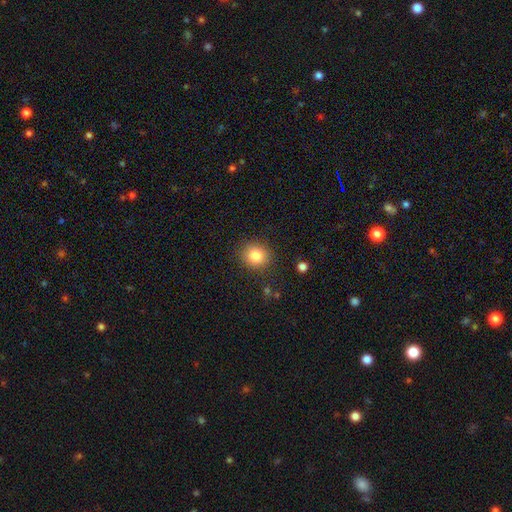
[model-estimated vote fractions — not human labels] A smooth galaxy with no disk features (83%) that is round (82%). Merging: none (86%).